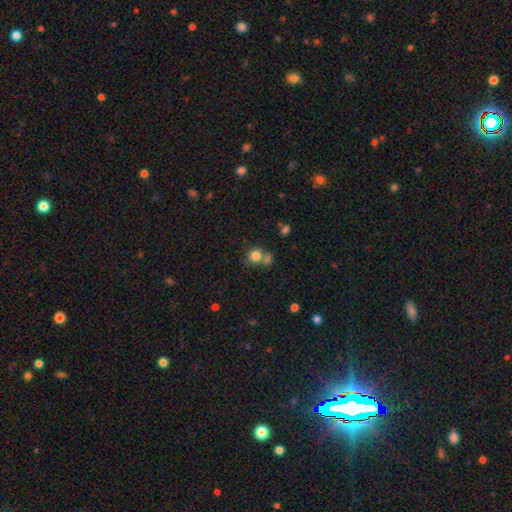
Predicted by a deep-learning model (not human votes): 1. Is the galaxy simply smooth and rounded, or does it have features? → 81% smooth, 12% star or artifact, 8% featured or disk.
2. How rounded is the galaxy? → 84% round, 15% in between, 1% cigar-shaped.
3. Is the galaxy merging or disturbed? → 50% none, 36% merger, 10% minor disturbance, 5% major disturbance.